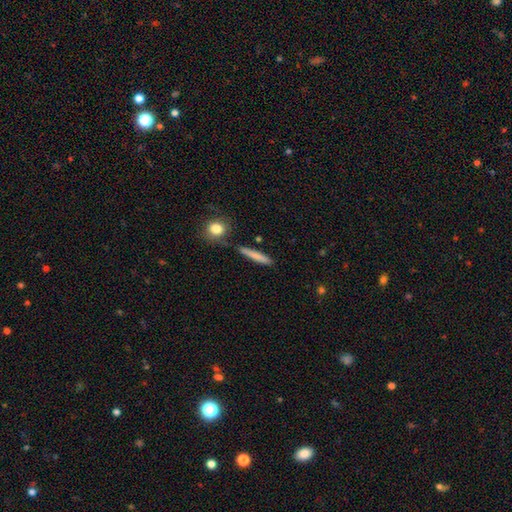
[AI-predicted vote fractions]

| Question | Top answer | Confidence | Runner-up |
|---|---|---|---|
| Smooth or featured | smooth | 77% | featured or disk (16%) |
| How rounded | cigar-shaped | 91% | in between (6%) |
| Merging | none | 80% | minor disturbance (11%) |